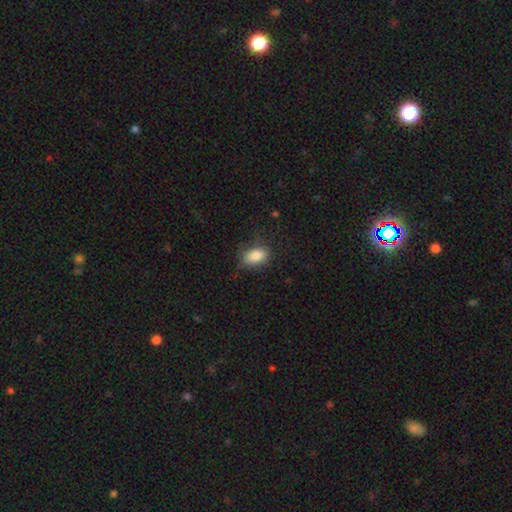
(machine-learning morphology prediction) Overall: smooth (83%). How rounded: in between (85%). Merging: none (67%).